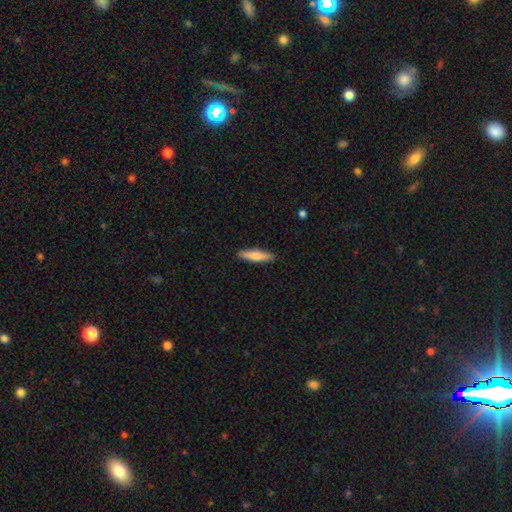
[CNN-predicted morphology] type=smooth (68%); roundness=cigar-shaped (80%); merging=none (90%).